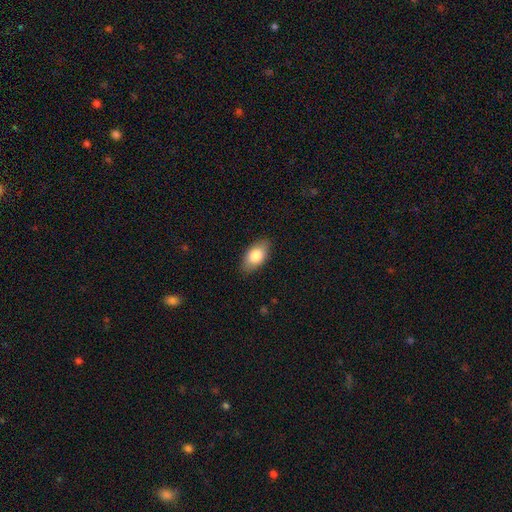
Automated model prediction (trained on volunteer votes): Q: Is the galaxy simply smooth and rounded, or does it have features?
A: smooth — 82%.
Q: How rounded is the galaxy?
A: in between — 92%.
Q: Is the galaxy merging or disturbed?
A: none — 85%.